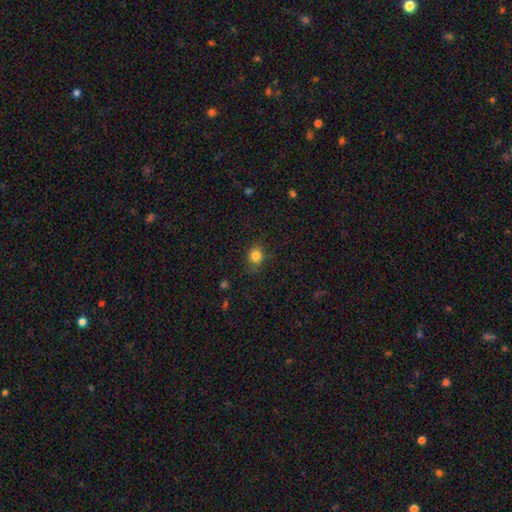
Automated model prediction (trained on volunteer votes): Smooth or featured? smooth (82%)
How rounded? round (72%)
Merging? none (78%)